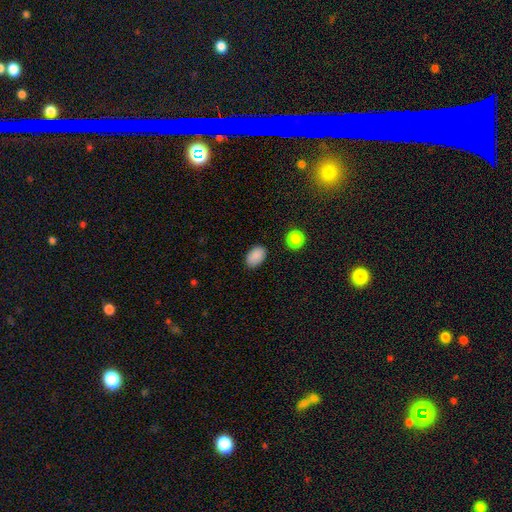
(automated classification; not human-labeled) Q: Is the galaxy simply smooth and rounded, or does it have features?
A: smooth — 89%.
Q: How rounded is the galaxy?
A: in between — 87%.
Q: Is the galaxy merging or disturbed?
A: none — 86%.